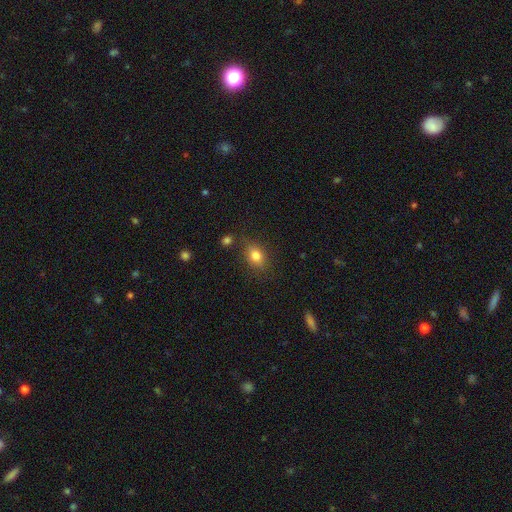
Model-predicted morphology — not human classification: type=smooth (80%); roundness=in between (72%); merging=none (80%).